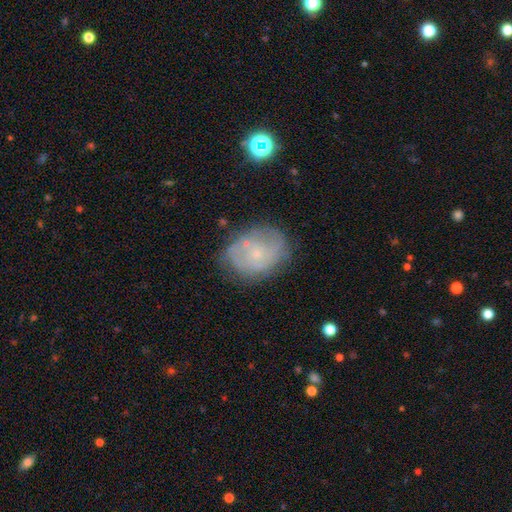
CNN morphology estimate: A featured or disk galaxy (57%) with no bar (79%), spiral arms (73%) and a small central bulge (80%).

Vote fractions:
- Smooth or featured? featured or disk: 57% / smooth: 32% / star or artifact: 12%
- Edge-on disk? no: 96% / yes: 4%
- Bar? no: 79% / weak: 18% / strong: 3%
- Spiral arms? yes: 73% / no: 27%
- Bulge size? small: 80% / moderate: 13% / none: 5% / large: 1% / dominant: 1%
- Merging? none: 71% / minor disturbance: 19% / major disturbance: 7% / merger: 3%